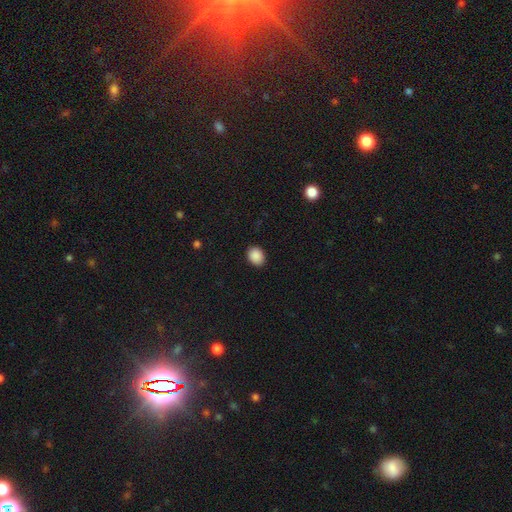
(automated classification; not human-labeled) Morphology: type=smooth (89%); roundness=in between (55%); merging=none (89%).